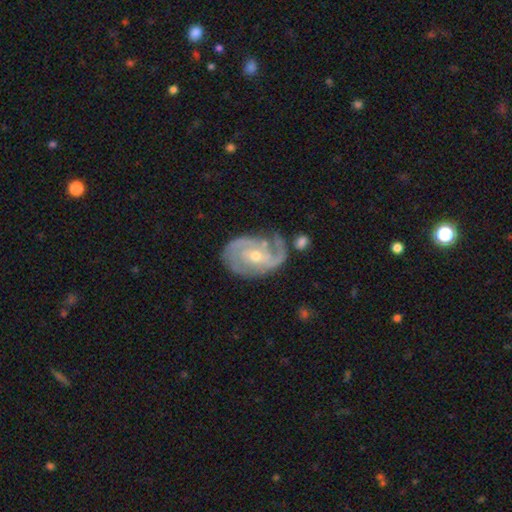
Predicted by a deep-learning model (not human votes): Smooth or featured? featured or disk (89%)
Edge-on disk? no (97%)
Bar? no (50%)
Spiral arms? yes (96%)
Spiral winding? tight (46%)
Spiral arm count? 2 (50%)
Bulge size? small (51%)
Merging? none (58%)